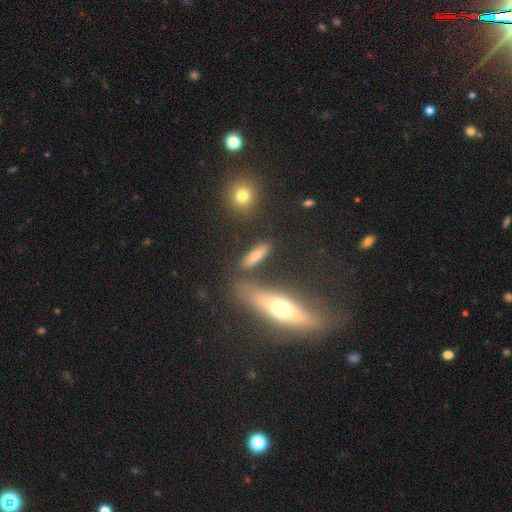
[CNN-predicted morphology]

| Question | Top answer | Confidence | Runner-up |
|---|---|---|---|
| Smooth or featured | smooth | 66% | featured or disk (23%) |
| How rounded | cigar-shaped | 53% | in between (40%) |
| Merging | none | 78% | minor disturbance (11%) |